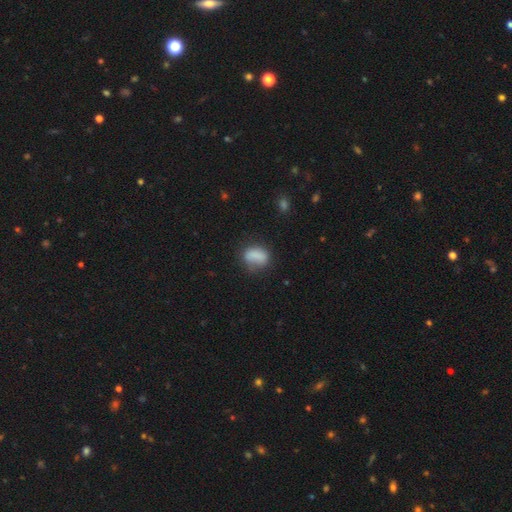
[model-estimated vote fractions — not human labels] A smooth galaxy with no disk features (78%) that is in between round and cigar-shaped (70%).

Vote fractions:
- Smooth or featured? smooth: 78% / featured or disk: 13% / star or artifact: 9%
- How rounded? in between: 70% / round: 26% / cigar-shaped: 4%
- Merging? none: 58% / minor disturbance: 26% / major disturbance: 11% / merger: 5%